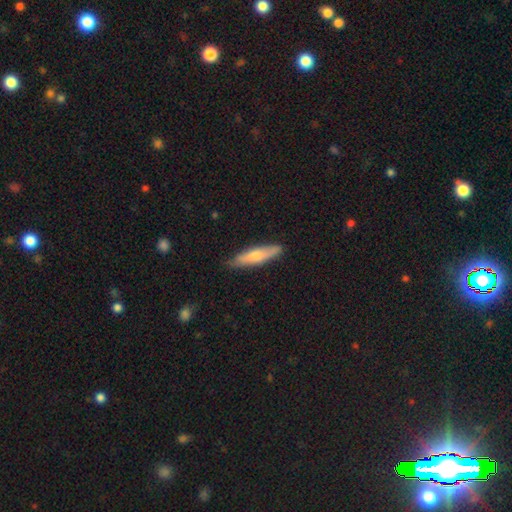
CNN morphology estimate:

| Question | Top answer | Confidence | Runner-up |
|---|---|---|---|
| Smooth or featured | smooth | 63% | featured or disk (31%) |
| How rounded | cigar-shaped | 80% | in between (18%) |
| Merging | none | 85% | minor disturbance (12%) |